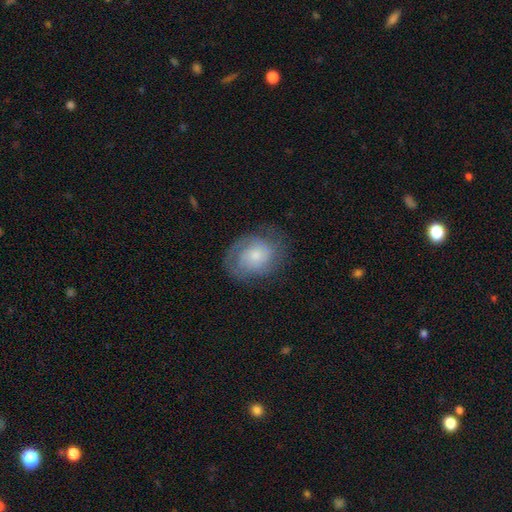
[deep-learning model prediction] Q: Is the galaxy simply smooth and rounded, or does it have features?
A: featured or disk — 58%.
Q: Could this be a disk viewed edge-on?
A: no — 97%.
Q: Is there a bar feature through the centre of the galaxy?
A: no — 78%.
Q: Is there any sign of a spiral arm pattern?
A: yes — 86%.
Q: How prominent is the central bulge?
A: small — 52%.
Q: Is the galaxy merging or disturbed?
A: none — 69%.